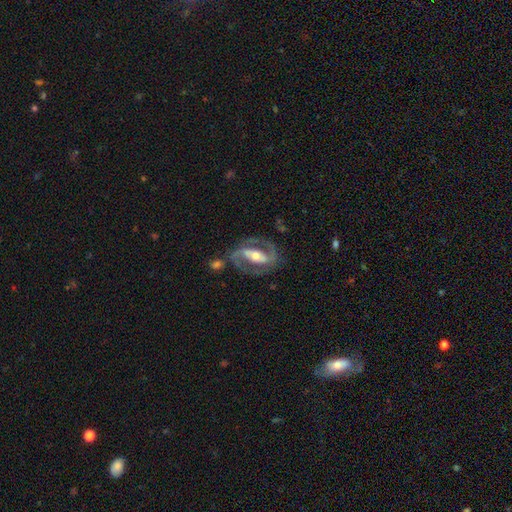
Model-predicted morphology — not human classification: Smooth or featured: featured or disk — 88% (smooth — 8%)
Edge-on disk: no — 95% (yes — 5%)
Bar: strong — 60% (weak — 24%)
Spiral arms: yes — 92% (no — 8%)
Spiral winding: medium — 55% (tight — 28%)
Spiral arm count: 2 — 90% (can't tell — 3%)
Bulge size: moderate — 63% (small — 27%)
Merging: none — 72% (minor disturbance — 14%)